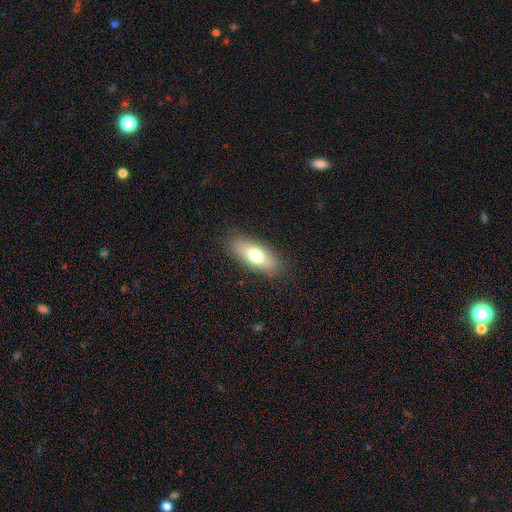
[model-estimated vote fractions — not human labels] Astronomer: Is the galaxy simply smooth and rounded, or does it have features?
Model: smooth — 71%.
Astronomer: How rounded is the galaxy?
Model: in between — 75%.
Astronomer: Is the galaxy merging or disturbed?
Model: none — 85%.